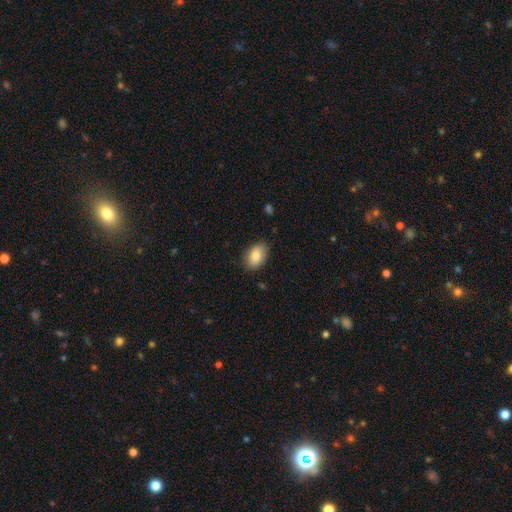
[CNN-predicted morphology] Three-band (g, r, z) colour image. It shows a smooth galaxy with no disk features (82%) that is in between round and cigar-shaped (87%). Merging: none (83%).